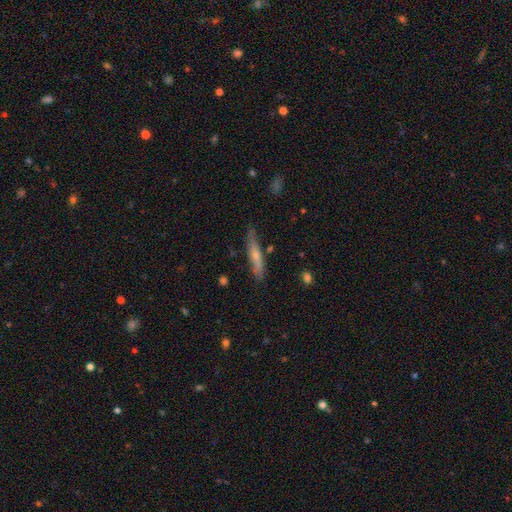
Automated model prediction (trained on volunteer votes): Smooth or featured?
  - smooth: 51% *
  - featured or disk: 43%
  - star or artifact: 6%
How rounded?
  - cigar-shaped: 89% *
  - in between: 10%
  - round: 2%
Merging?
  - none: 75% *
  - minor disturbance: 18%
  - major disturbance: 3%
  - merger: 3%